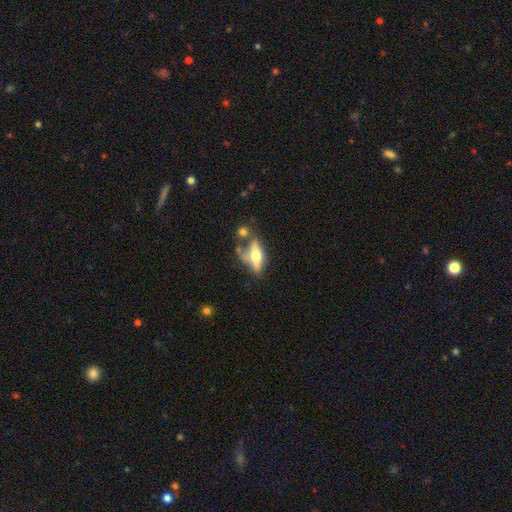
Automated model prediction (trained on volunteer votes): Smooth or featured?
  - featured or disk: 54% *
  - smooth: 39%
  - star or artifact: 7%
Edge-on disk?
  - yes: 82% *
  - no: 18%
Merging?
  - none: 51% *
  - minor disturbance: 19%
  - merger: 19%
  - major disturbance: 11%